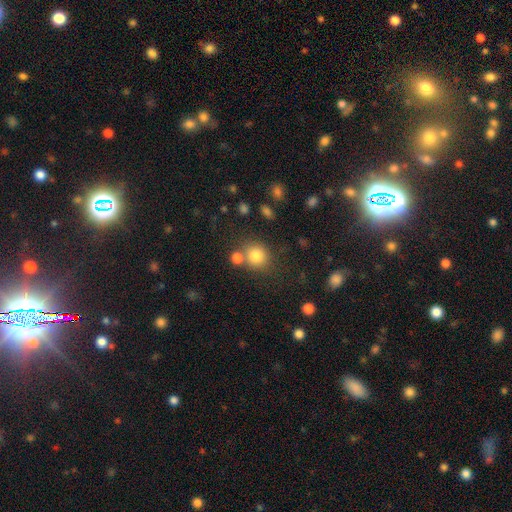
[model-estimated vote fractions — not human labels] smooth-or-featured: smooth: 81% | star or artifact: 12% | featured or disk: 8%
  how-rounded: round: 82% | in between: 17% | cigar-shaped: 1%
  merging: none: 66% | merger: 19% | minor disturbance: 10% | major disturbance: 4%